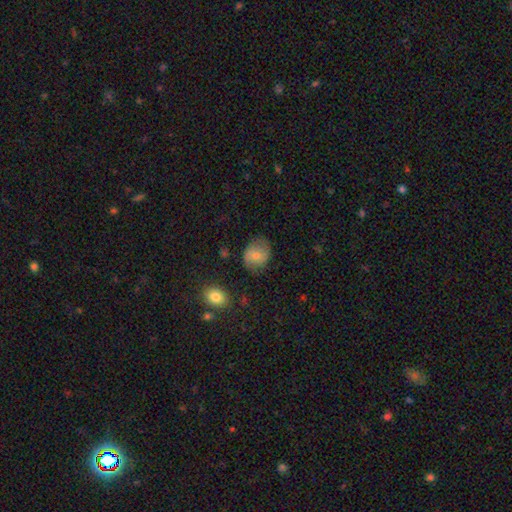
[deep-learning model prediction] This is likely a smooth galaxy (64%). How rounded: possibly round (59%). Merging: likely none (66%).